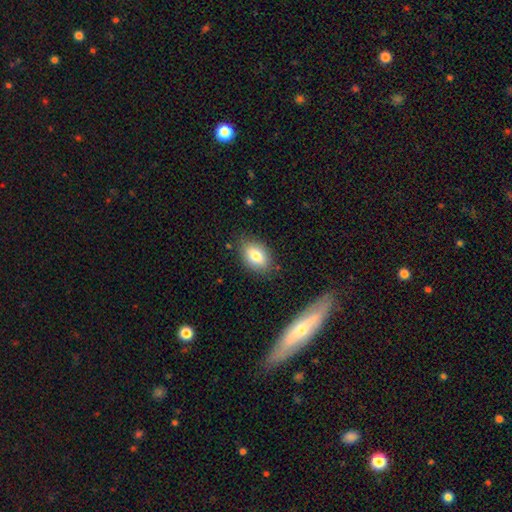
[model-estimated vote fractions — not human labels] smooth_or_featured: smooth (p=0.80) [alt: featured or disk p=0.12]
how_rounded: in between (p=0.87) [alt: round p=0.11]
merging: none (p=0.82) [alt: minor disturbance p=0.13]